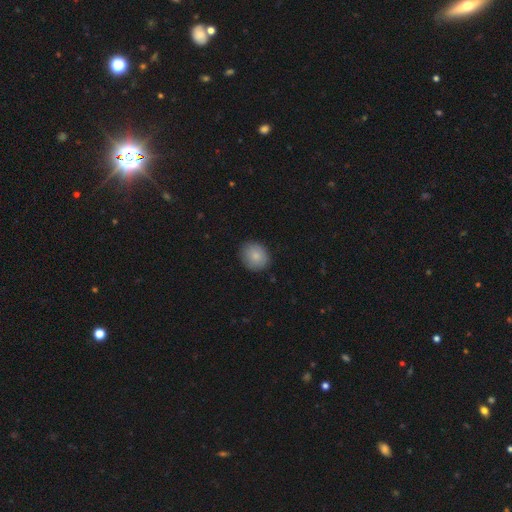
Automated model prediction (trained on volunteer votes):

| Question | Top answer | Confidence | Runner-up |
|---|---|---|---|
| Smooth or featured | smooth | 85% | featured or disk (7%) |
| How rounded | round | 73% | in between (26%) |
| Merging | none | 86% | minor disturbance (11%) |